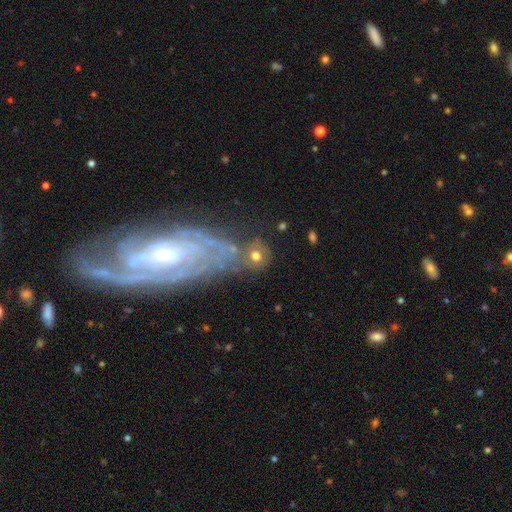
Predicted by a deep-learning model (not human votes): Smooth or featured? smooth (57%)
How rounded? round (83%)
Merging? none (58%)